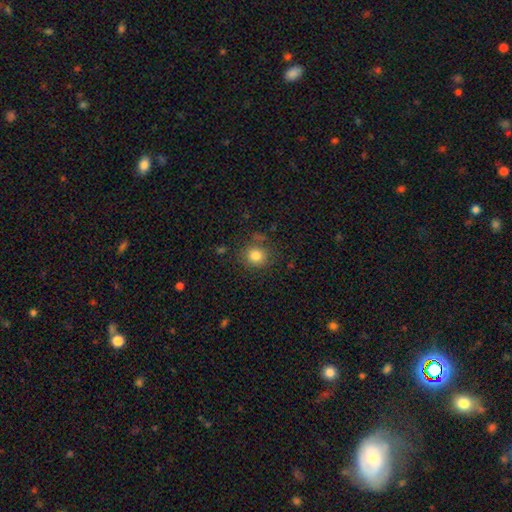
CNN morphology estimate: smooth 81%, star or artifact 11%, featured or disk 7%. Down the decision tree: how rounded — round (82%); merging — none (78%).